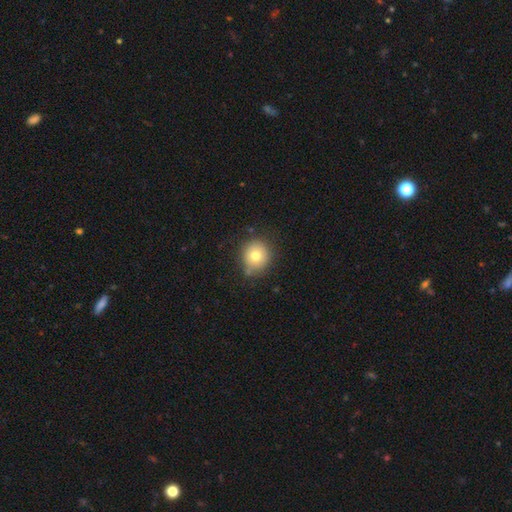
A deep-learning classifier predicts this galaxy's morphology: Smooth or featured? smooth (75%)
How rounded? round (90%)
Merging? none (77%)